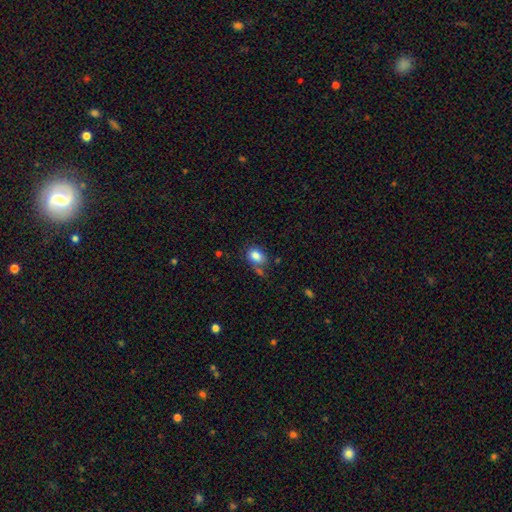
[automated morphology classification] A smooth galaxy with no disk features (83%) that is in between round and cigar-shaped (71%).

Vote fractions:
- Smooth or featured? smooth: 83% / star or artifact: 9% / featured or disk: 9%
- How rounded? in between: 71% / round: 28% / cigar-shaped: 1%
- Merging? none: 56% / minor disturbance: 22% / merger: 13% / major disturbance: 9%